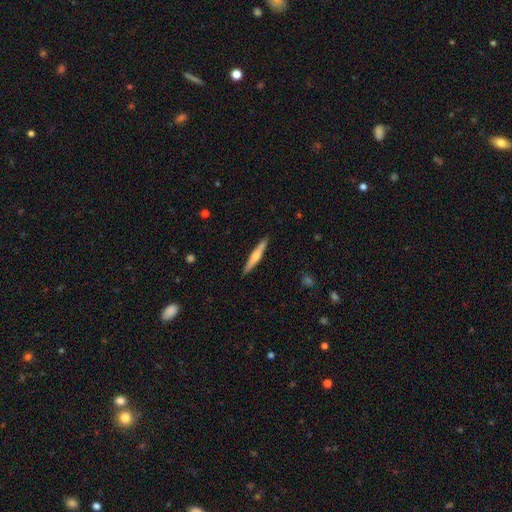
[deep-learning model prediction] A featured or disk galaxy (53%) viewed edge-on (97%) with a rounded central bulge (77%).

Vote fractions:
- Smooth or featured? featured or disk: 53% / smooth: 41% / star or artifact: 5%
- Edge-on disk? yes: 97% / no: 3%
- Edge-on bulge? rounded: 77% / none: 17% / boxy: 6%
- Merging? none: 91% / minor disturbance: 6% / major disturbance: 1% / merger: 1%